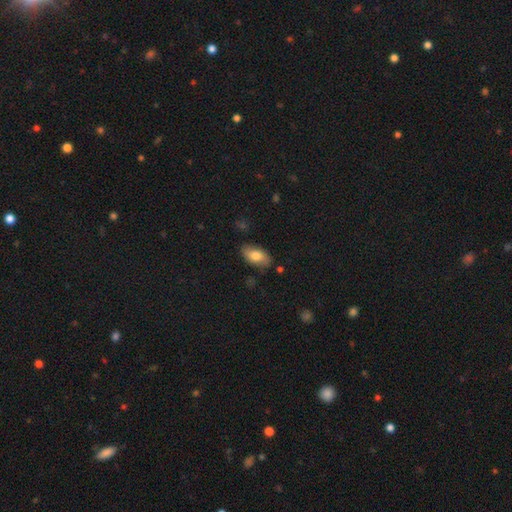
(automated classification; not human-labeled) This appears to be a smooth galaxy with no disk features (76%) that is in between round and cigar-shaped (92%). Merging: none (81%).